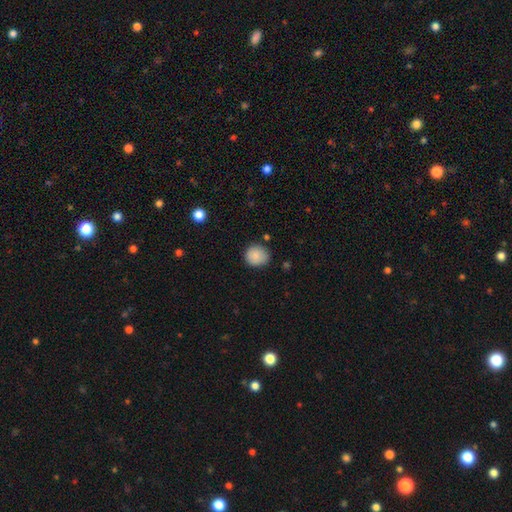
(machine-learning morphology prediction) smooth_or_featured: smooth (p=0.88) [alt: star or artifact p=0.08]
how_rounded: round (p=0.85) [alt: in between p=0.14]
merging: none (p=0.82) [alt: minor disturbance p=0.13]